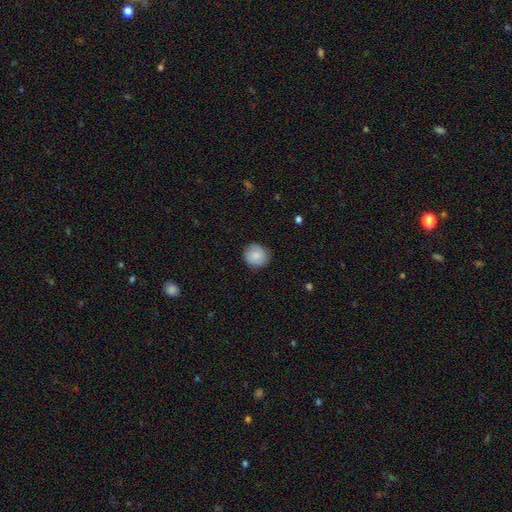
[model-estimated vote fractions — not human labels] Smooth or featured? Predicted: smooth (p=0.86). How rounded? Predicted: round (p=0.88). Merging? Predicted: none (p=0.87).